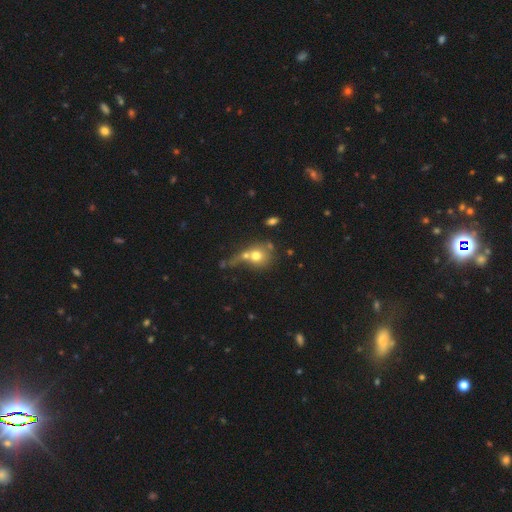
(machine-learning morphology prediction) A smooth galaxy with no disk features (67%) that is round (78%).

Vote fractions:
- Smooth or featured? smooth: 67% / featured or disk: 20% / star or artifact: 12%
- How rounded? round: 78% / in between: 20% / cigar-shaped: 2%
- Merging? merger: 49% / none: 28% / major disturbance: 12% / minor disturbance: 11%